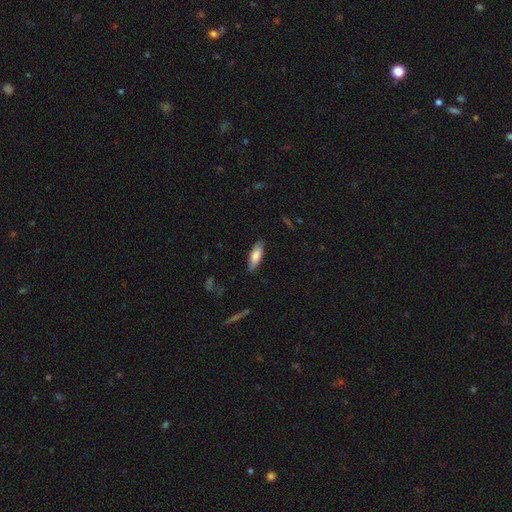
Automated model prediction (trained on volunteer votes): Smooth or featured?
  - smooth: 77% *
  - featured or disk: 17%
  - star or artifact: 6%
How rounded?
  - in between: 61% *
  - cigar-shaped: 37%
  - round: 2%
Merging?
  - none: 85% *
  - minor disturbance: 12%
  - major disturbance: 2%
  - merger: 1%